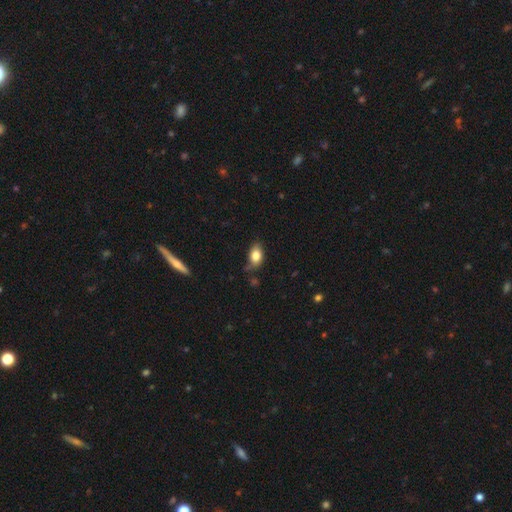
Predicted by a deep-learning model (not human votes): smooth 82%, featured or disk 10%, star or artifact 8%. Down the decision tree: how rounded — in between (87%); merging — none (67%).